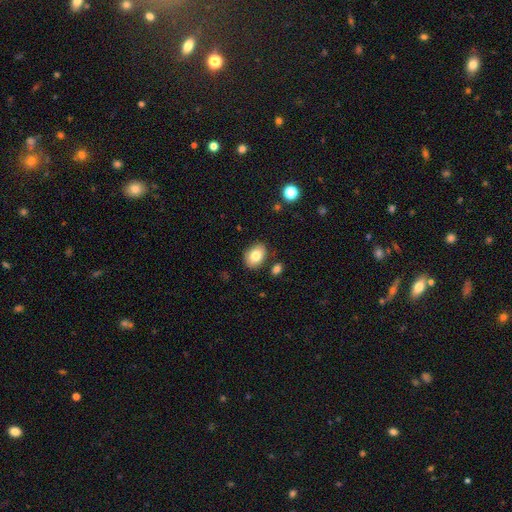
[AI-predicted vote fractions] smooth_or_featured: smooth (p=0.81) [alt: featured or disk p=0.11]
how_rounded: in between (p=0.72) [alt: round p=0.27]
merging: none (p=0.83) [alt: minor disturbance p=0.11]